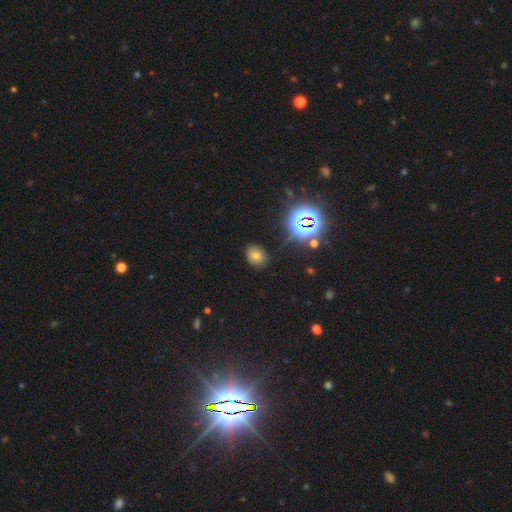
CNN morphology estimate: Smooth or featured: smooth — 59% (star or artifact — 29%)
How rounded: in between — 52% (round — 47%)
Merging: none — 81% (minor disturbance — 14%)